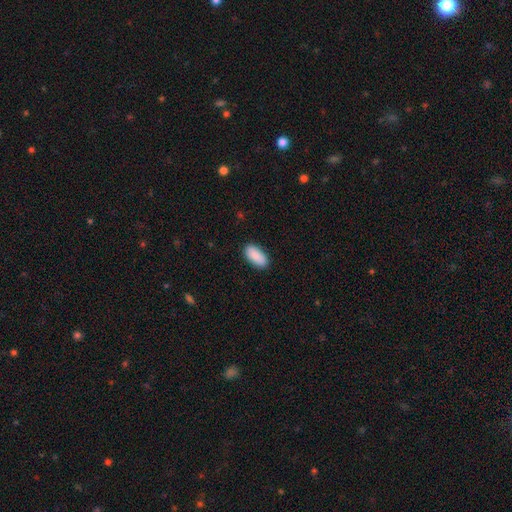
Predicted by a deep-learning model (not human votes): This appears to be a smooth galaxy with no disk features (91%) that is in between round and cigar-shaped (93%). Merging: none (89%).